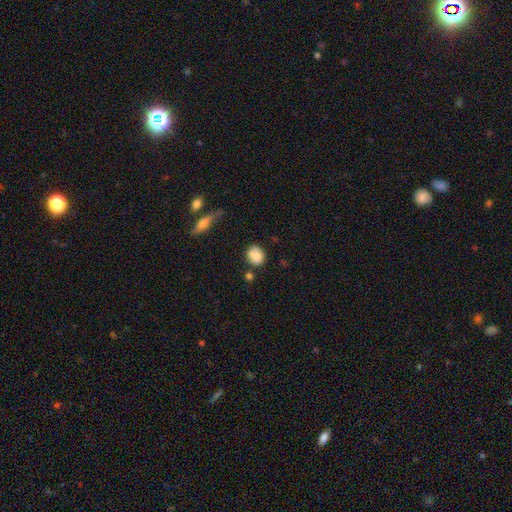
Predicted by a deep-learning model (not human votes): Overall: smooth (81%). How rounded: round (65%; in between 34%). Merging: none (67%).